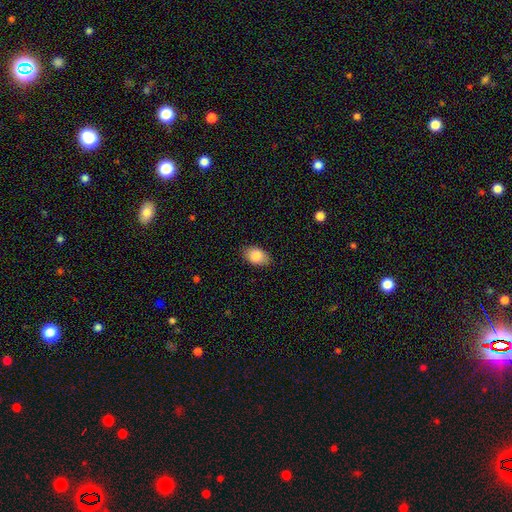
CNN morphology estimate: Smooth or featured? Predicted: smooth (p=0.83). How rounded? Predicted: in between (p=0.84). Merging? Predicted: none (p=0.84).